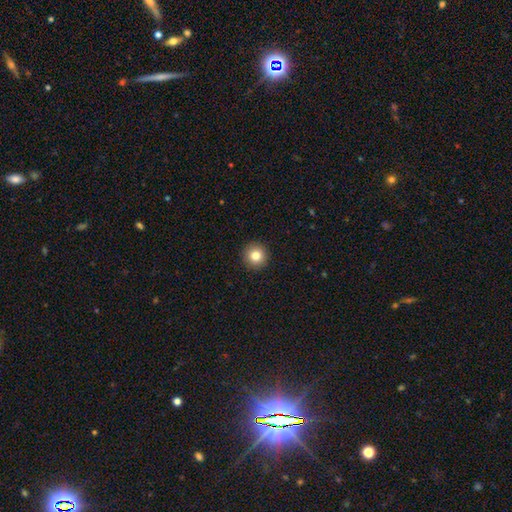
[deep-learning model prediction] Morphology: type=smooth (82%); roundness=round (95%); merging=none (93%).